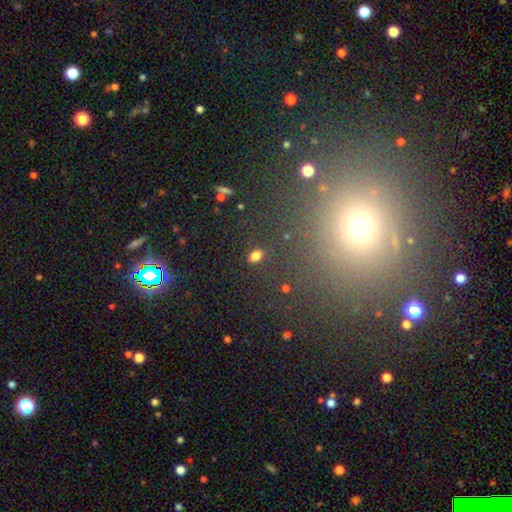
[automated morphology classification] Smooth or featured: smooth — 78% (star or artifact — 16%)
How rounded: in between — 81% (round — 16%)
Merging: none — 83% (minor disturbance — 10%)